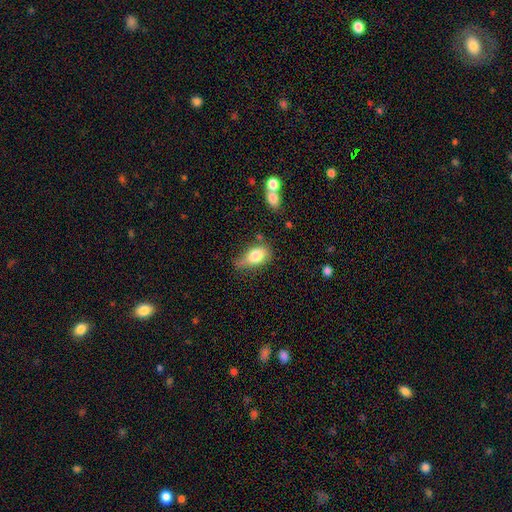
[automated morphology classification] This appears to be a smooth galaxy with no disk features (80%) that is in between round and cigar-shaped (86%). Merging: none (45%).